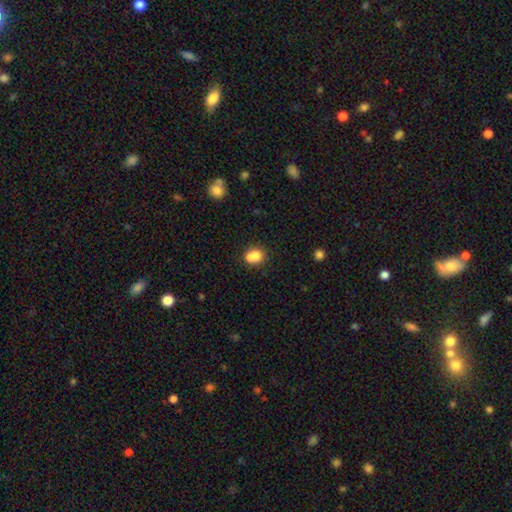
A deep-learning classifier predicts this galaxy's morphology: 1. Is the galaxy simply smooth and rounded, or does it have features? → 78% smooth, 12% featured or disk, 10% star or artifact.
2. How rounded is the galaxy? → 51% round, 48% in between, 1% cigar-shaped.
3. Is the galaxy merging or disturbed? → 44% none, 39% merger, 13% minor disturbance, 4% major disturbance.